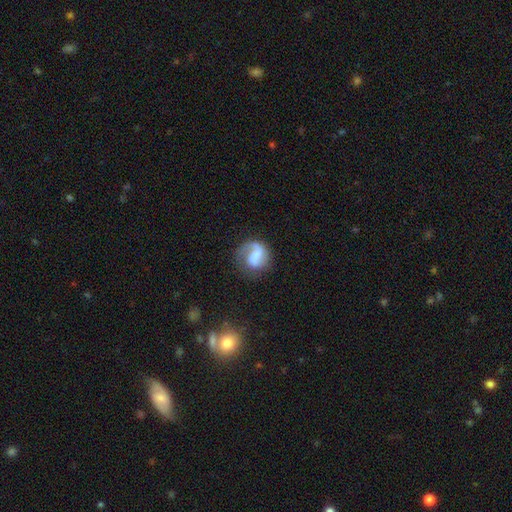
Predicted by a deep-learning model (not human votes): A featured or disk galaxy (63%) with a weak bar (44%), 1 (50%) loose (40%) spiral arms (87%) and no central bulge (39%). Merging: none (56%).